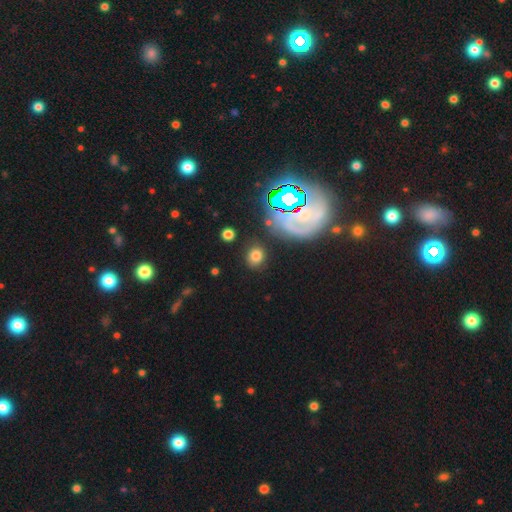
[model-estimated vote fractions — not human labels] The model was most divided on "smooth or featured": smooth: 71%, star or artifact: 17%, featured or disk: 12%. More confident: merging — none (85%); how rounded — round (79%).